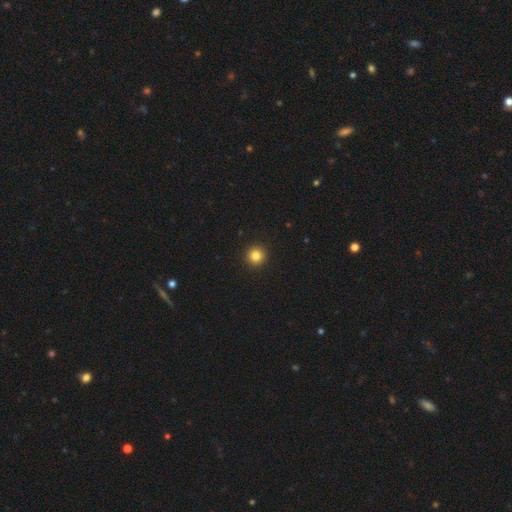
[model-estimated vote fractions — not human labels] Smooth or featured?
  - smooth: 83% *
  - star or artifact: 12%
  - featured or disk: 5%
How rounded?
  - round: 96% *
  - in between: 3%
  - cigar-shaped: 1%
Merging?
  - none: 94% *
  - minor disturbance: 4%
  - major disturbance: 1%
  - merger: 1%